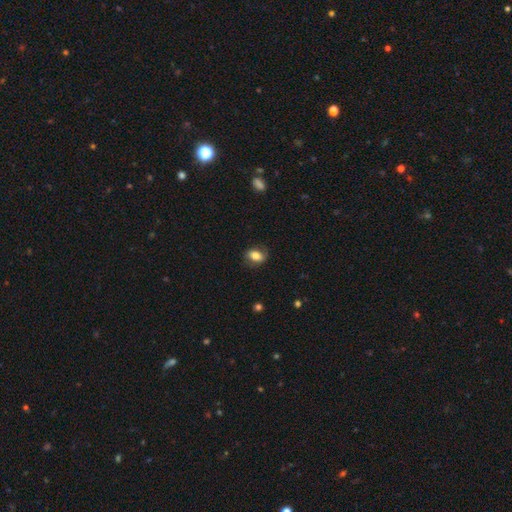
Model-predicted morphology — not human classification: The model was most divided on "merging": none: 72%, minor disturbance: 19%, major disturbance: 7%, merger: 1%. More confident: how rounded — in between (80%); smooth or featured — smooth (73%).